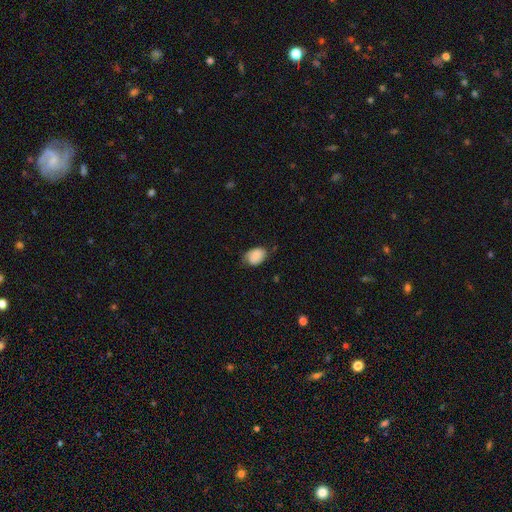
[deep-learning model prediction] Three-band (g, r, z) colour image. It shows a smooth galaxy with no disk features (76%) that is in between round and cigar-shaped (80%). Merging: none (55%).